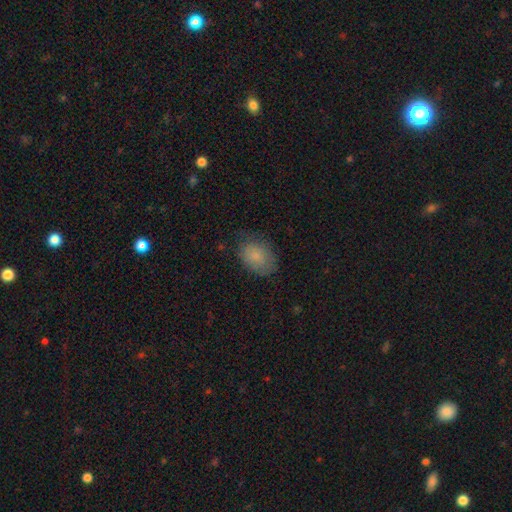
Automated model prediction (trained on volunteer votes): The model was most divided on "how rounded": in between: 74%, round: 25%, cigar-shaped: 1%. More confident: smooth or featured — smooth (82%); merging — none (71%).